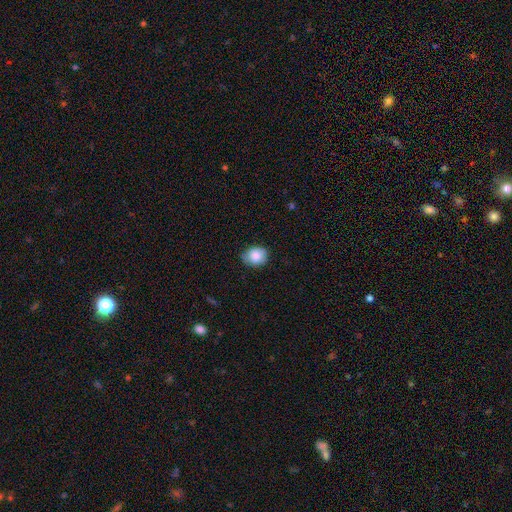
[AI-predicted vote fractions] Smooth or featured? smooth (85%)
How rounded? round (62%)
Merging? none (73%)